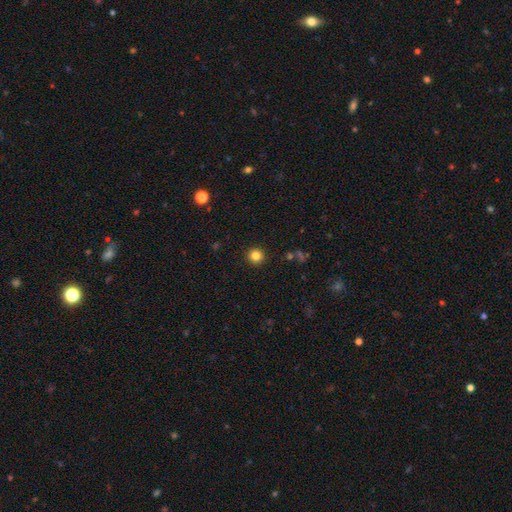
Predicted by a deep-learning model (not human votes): Morphology: type=smooth (83%); roundness=round (95%); merging=none (92%).